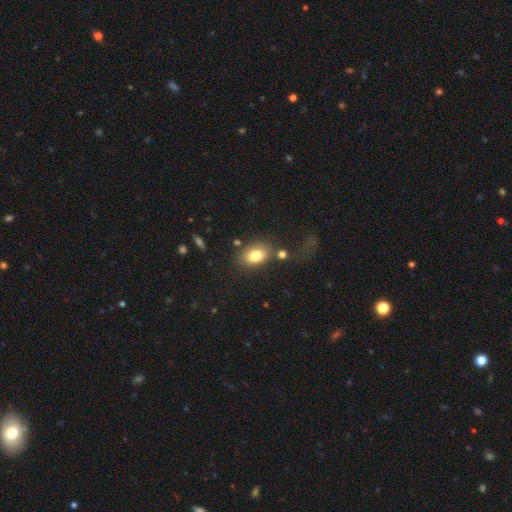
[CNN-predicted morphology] smooth-or-featured: smooth: 80% | featured or disk: 11% | star or artifact: 9%
  how-rounded: in between: 78% | round: 21% | cigar-shaped: 1%
  merging: none: 70% | minor disturbance: 14% | merger: 9% | major disturbance: 6%